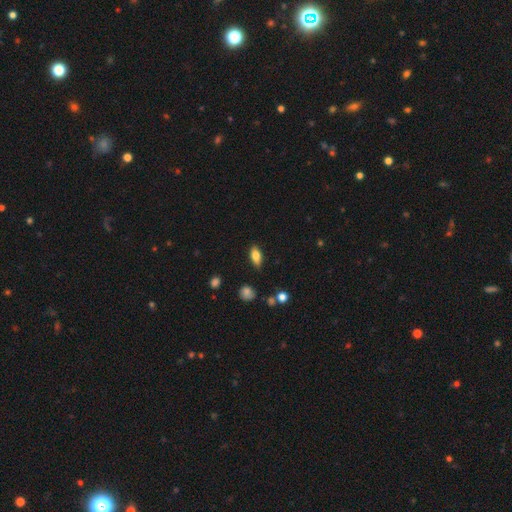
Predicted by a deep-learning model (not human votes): A smooth galaxy with no disk features (77%) that is in between round and cigar-shaped (85%).

Vote fractions:
- Smooth or featured? smooth: 77% / featured or disk: 15% / star or artifact: 9%
- How rounded? in between: 85% / cigar-shaped: 11% / round: 5%
- Merging? none: 82% / minor disturbance: 13% / major disturbance: 3% / merger: 2%